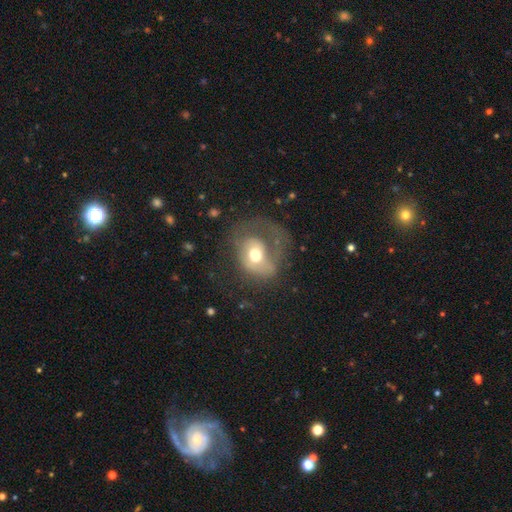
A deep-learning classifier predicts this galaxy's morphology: A featured or disk galaxy (49%). Merging: major disturbance (52%).